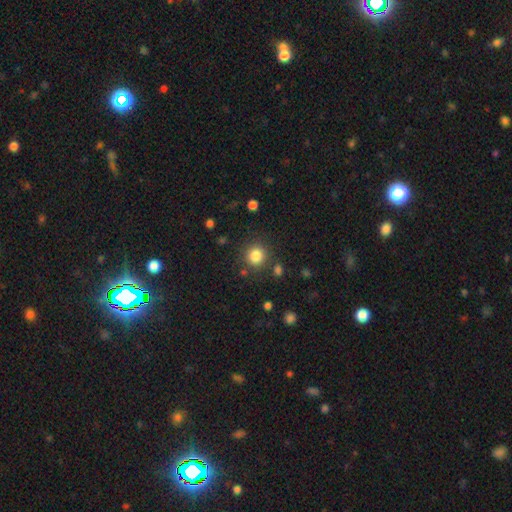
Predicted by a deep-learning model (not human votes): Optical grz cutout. It shows a smooth galaxy with no disk features (83%) that is round (91%). Merging: none (84%).